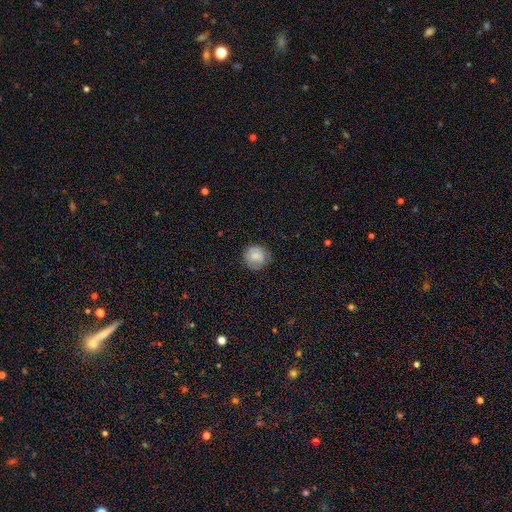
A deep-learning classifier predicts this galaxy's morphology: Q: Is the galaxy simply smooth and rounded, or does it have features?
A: smooth — 78%.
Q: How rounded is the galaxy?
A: round — 92%.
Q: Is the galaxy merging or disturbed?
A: none — 81%.